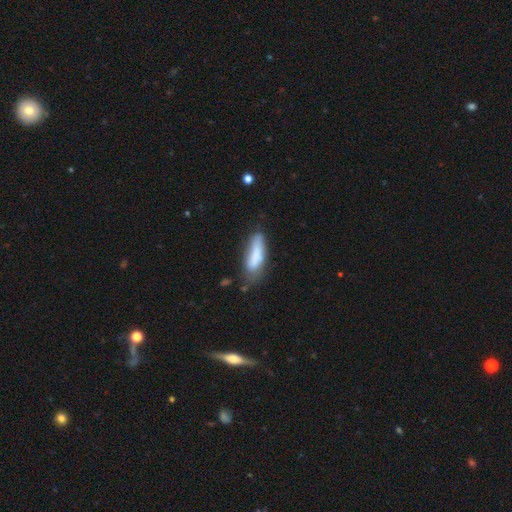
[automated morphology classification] Smooth or featured: smooth — 79% (featured or disk — 14%)
How rounded: cigar-shaped — 53% (in between — 45%)
Merging: none — 53% (minor disturbance — 30%)